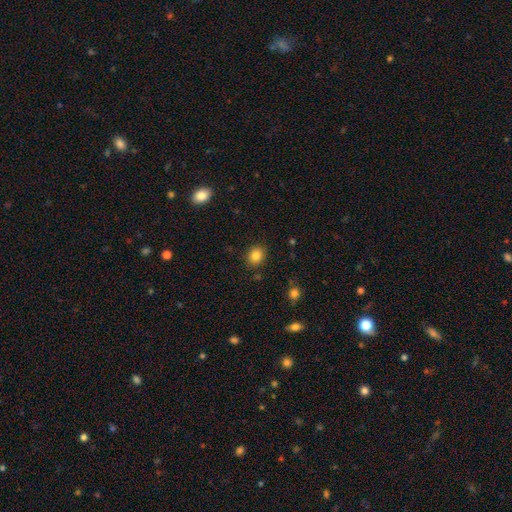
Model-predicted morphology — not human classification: Q: Smooth or featured?
A: smooth (84%); runner-up: star or artifact (10%)
Q: How rounded?
A: round (57%); runner-up: in between (42%)
Q: Merging?
A: none (87%); runner-up: minor disturbance (9%)